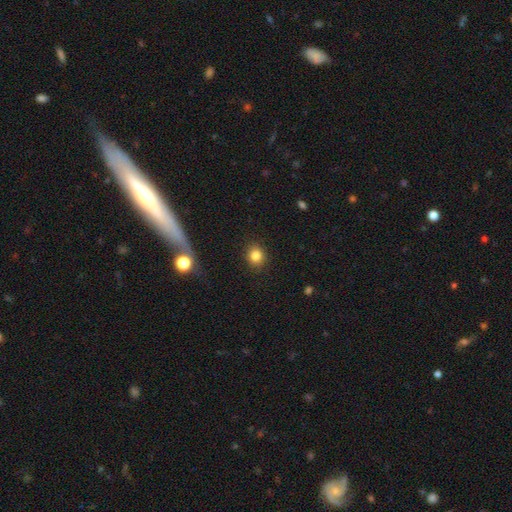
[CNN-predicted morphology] type=smooth (83%); roundness=round (76%); merging=none (90%).